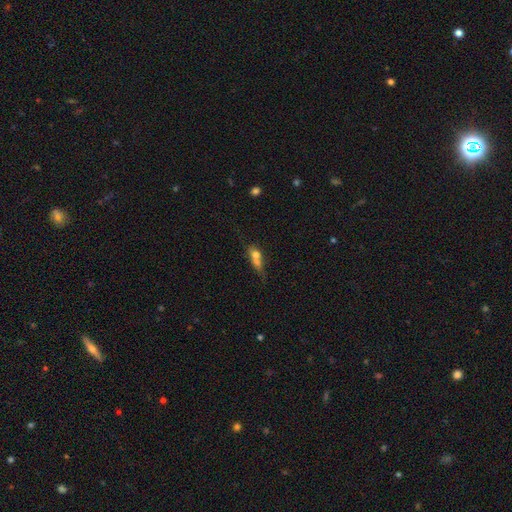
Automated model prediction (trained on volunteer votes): This appears to be a smooth galaxy with no disk features (61%) that is in between round and cigar-shaped (50%). Merging: merger (53%).